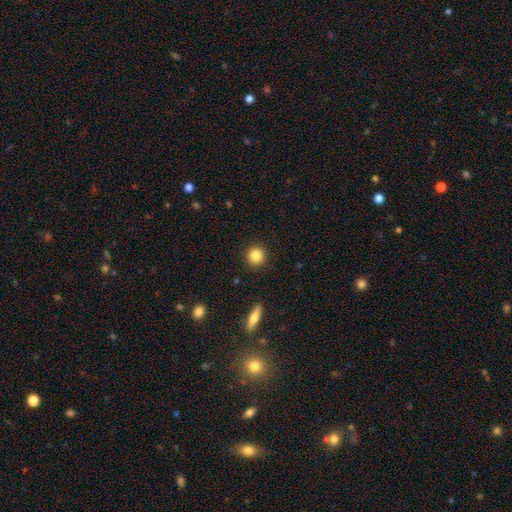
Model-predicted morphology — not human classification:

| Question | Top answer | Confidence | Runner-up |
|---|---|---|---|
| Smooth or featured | smooth | 85% | star or artifact (10%) |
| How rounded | round | 93% | in between (6%) |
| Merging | none | 92% | minor disturbance (5%) |